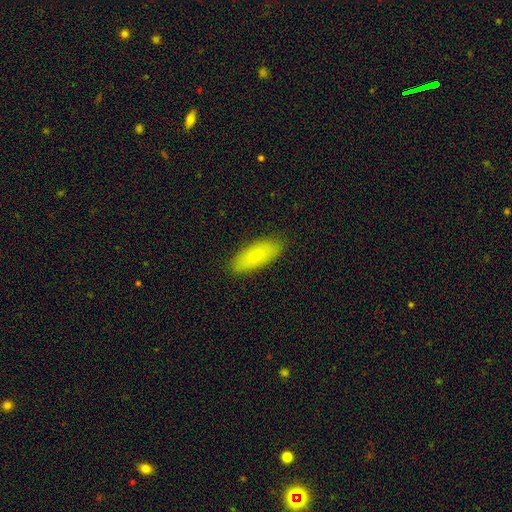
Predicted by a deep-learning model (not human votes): Smooth or featured: smooth — 76% (featured or disk — 17%)
How rounded: in between — 80% (cigar-shaped — 17%)
Merging: none — 87% (minor disturbance — 10%)